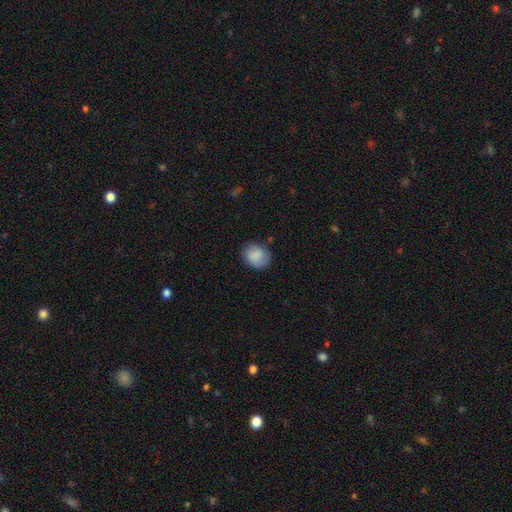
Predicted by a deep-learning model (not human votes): Overall: smooth (84%). How rounded: round (64%; in between 36%). Merging: none (77%).